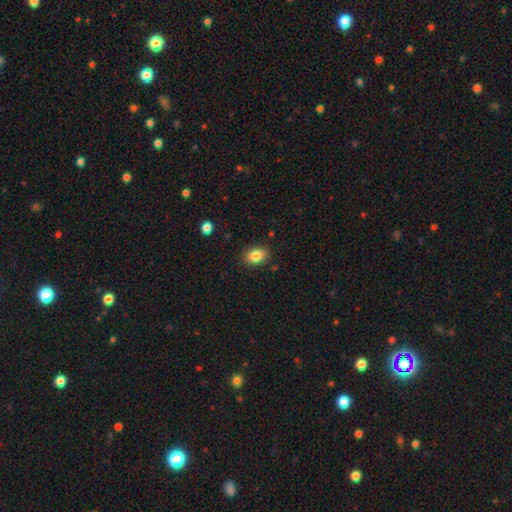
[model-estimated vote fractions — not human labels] A smooth galaxy with no disk features (85%) that is in between round and cigar-shaped (72%). Merging: none (85%).